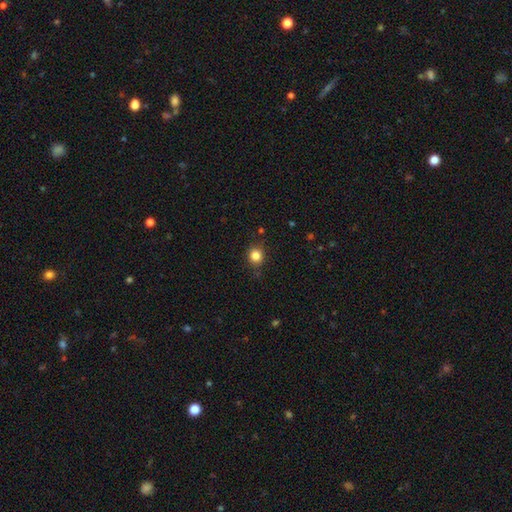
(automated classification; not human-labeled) smooth_or_featured: smooth (p=0.83) [alt: star or artifact p=0.12]
how_rounded: round (p=0.82) [alt: in between p=0.17]
merging: none (p=0.83) [alt: minor disturbance p=0.12]